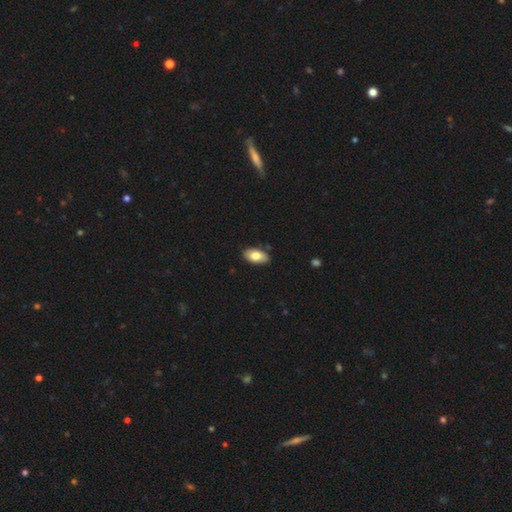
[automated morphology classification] smooth 80%, featured or disk 13%, star or artifact 6%. Down the decision tree: how rounded — in between (94%); merging — none (84%).